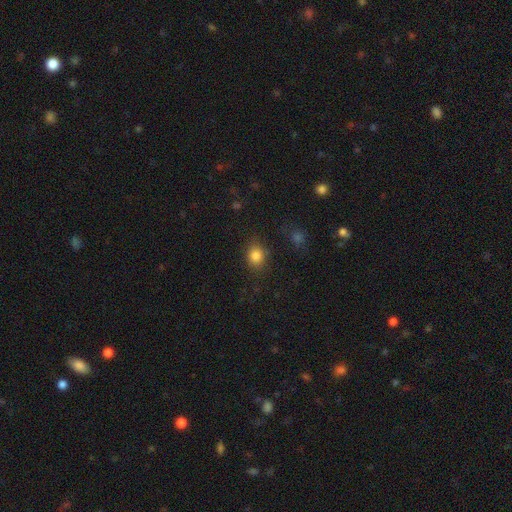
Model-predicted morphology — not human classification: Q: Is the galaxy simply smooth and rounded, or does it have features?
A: smooth — 83%.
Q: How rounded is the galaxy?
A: round — 64%.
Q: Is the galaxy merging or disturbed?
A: none — 80%.